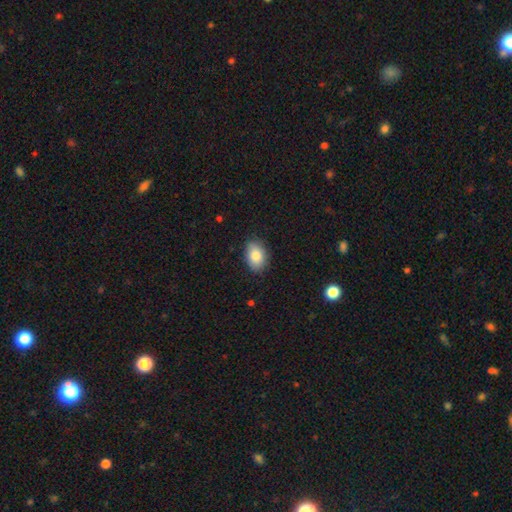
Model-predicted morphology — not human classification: The model was most divided on "how rounded": in between: 83%, round: 16%, cigar-shaped: 1%. More confident: merging — none (84%); smooth or featured — smooth (83%).